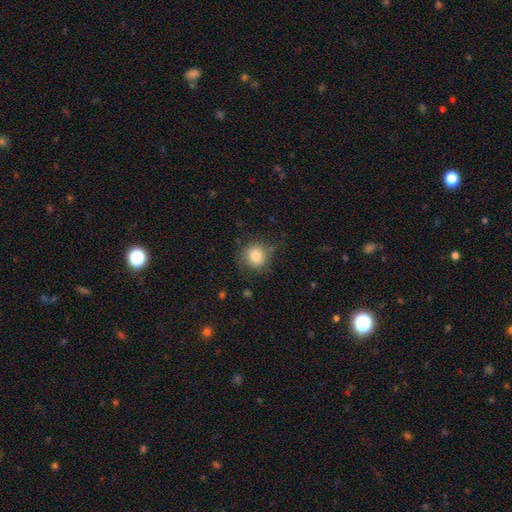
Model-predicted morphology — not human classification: Smooth or featured: smooth — 81% (featured or disk — 10%)
How rounded: round — 86% (in between — 13%)
Merging: none — 72% (minor disturbance — 19%)